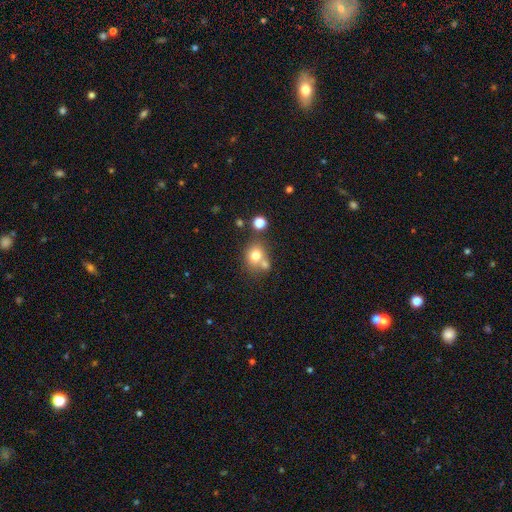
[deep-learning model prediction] smooth_or_featured: smooth (p=0.75) [alt: featured or disk p=0.13]
how_rounded: round (p=0.70) [alt: in between p=0.30]
merging: none (p=0.51) [alt: merger p=0.33]